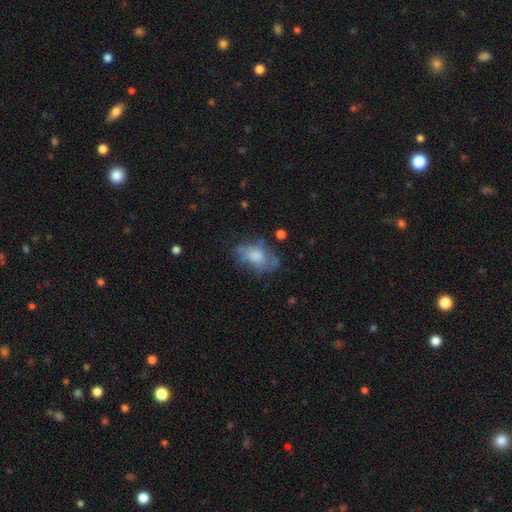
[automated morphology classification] This appears to be a smooth galaxy with no disk features (56%) that is in between round and cigar-shaped (86%). Merging: none (47%).